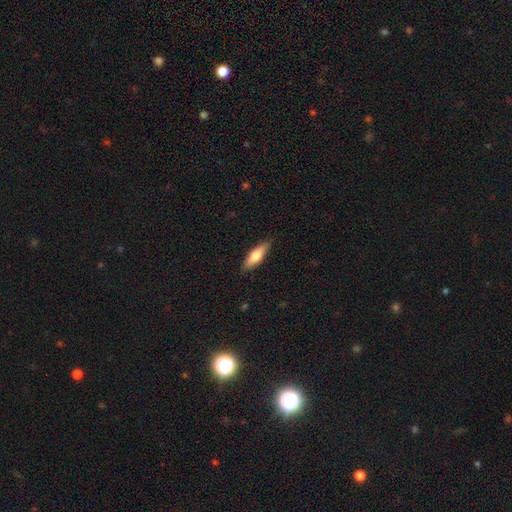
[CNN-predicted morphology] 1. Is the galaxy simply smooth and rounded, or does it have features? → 63% smooth, 31% featured or disk, 6% star or artifact.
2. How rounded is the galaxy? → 51% cigar-shaped, 46% in between, 2% round.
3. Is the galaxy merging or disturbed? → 88% none, 10% minor disturbance, 2% major disturbance, 1% merger.